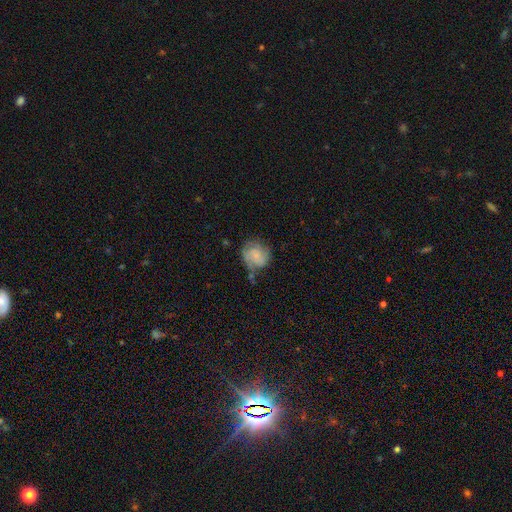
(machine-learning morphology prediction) Overall: smooth (46%; featured or disk 45%). Merging: none (49%; minor disturbance 29%).